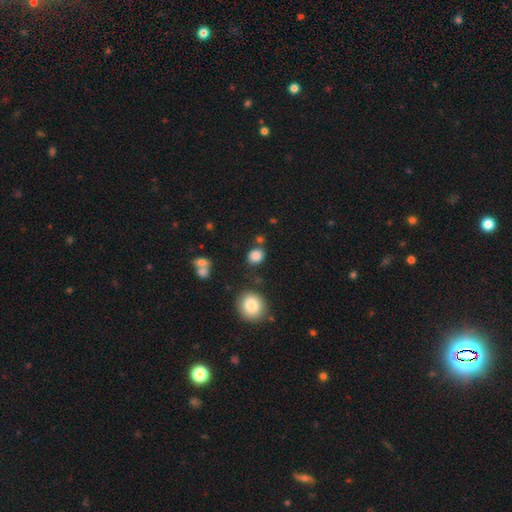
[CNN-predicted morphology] smooth_or_featured: smooth (p=0.84) [alt: star or artifact p=0.11]
how_rounded: round (p=0.67) [alt: in between p=0.32]
merging: none (p=0.76) [alt: minor disturbance p=0.12]